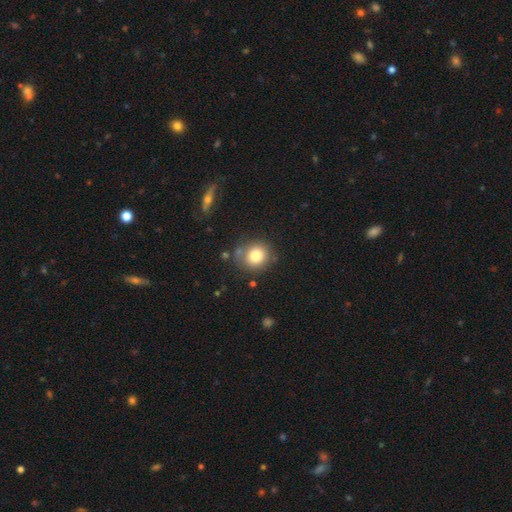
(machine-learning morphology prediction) This is likely a smooth galaxy (80%). How rounded: clearly round (86%). Merging: likely none (77%).